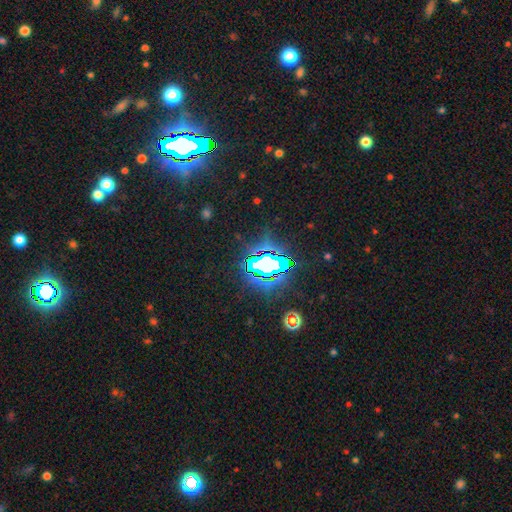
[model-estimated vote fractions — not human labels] Smooth or featured? star or artifact (75%)